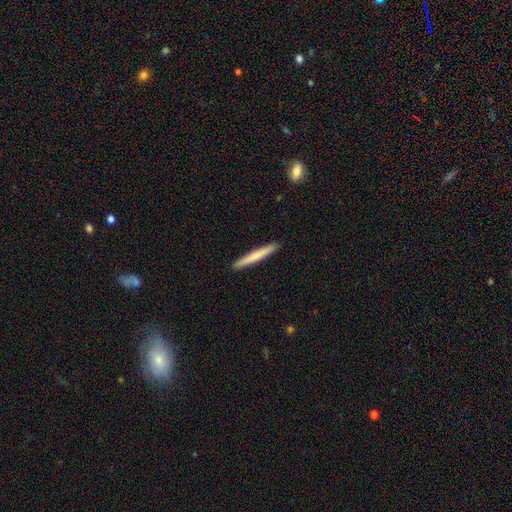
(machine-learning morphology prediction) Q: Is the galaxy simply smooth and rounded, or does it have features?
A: smooth — 69%.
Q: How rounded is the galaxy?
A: cigar-shaped — 97%.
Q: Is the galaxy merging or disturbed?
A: none — 93%.